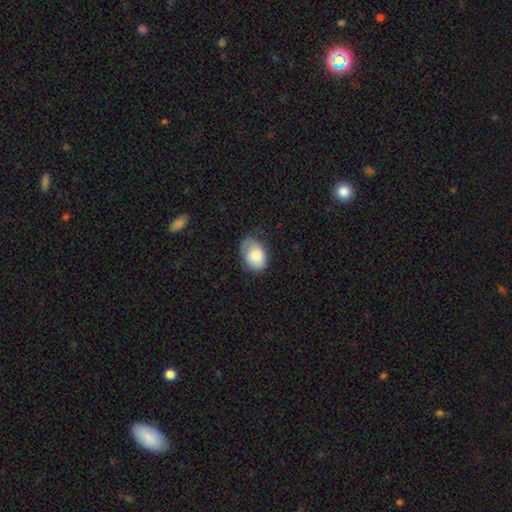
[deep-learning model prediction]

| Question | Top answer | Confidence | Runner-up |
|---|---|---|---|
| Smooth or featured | smooth | 79% | featured or disk (14%) |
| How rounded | in between | 77% | round (22%) |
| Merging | none | 49% | minor disturbance (36%) |